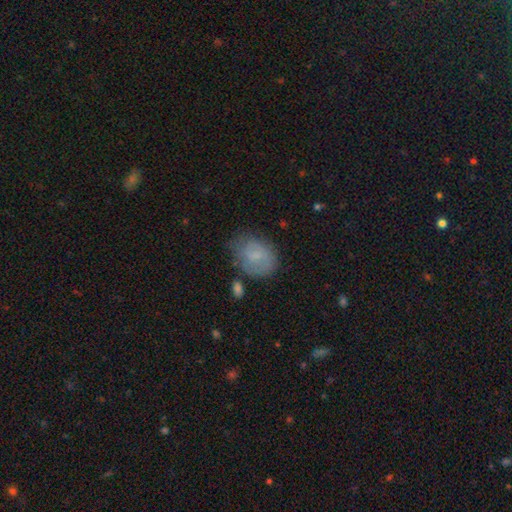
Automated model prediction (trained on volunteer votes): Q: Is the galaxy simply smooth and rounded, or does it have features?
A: smooth — 68%.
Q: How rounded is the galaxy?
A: in between — 62%.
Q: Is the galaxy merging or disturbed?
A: none — 58%.